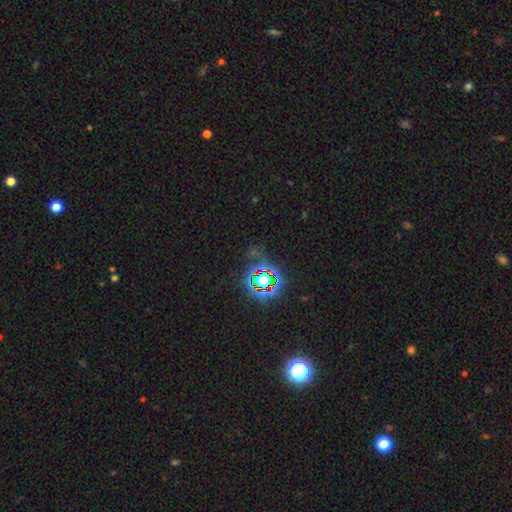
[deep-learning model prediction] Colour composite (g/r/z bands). It shows a star or artifact, not a galaxy (79%).